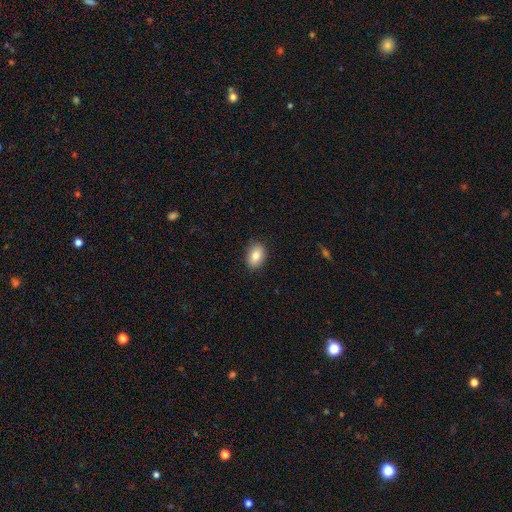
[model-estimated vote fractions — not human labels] smooth-or-featured: smooth: 84% | featured or disk: 8% | star or artifact: 8%
  how-rounded: in between: 80% | round: 19% | cigar-shaped: 1%
  merging: none: 89% | minor disturbance: 8% | major disturbance: 2% | merger: 1%